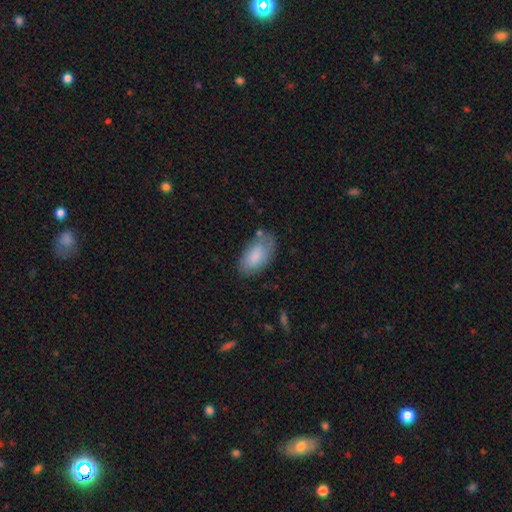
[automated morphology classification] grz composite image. It shows a smooth galaxy with no disk features (83%) that is in between round and cigar-shaped (94%). Merging: none (62%).